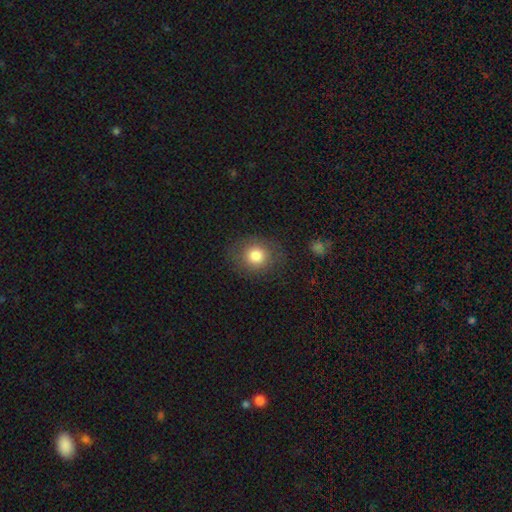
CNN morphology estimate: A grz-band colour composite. It shows a smooth galaxy with no disk features (80%) that is round (78%). Merging: none (83%).